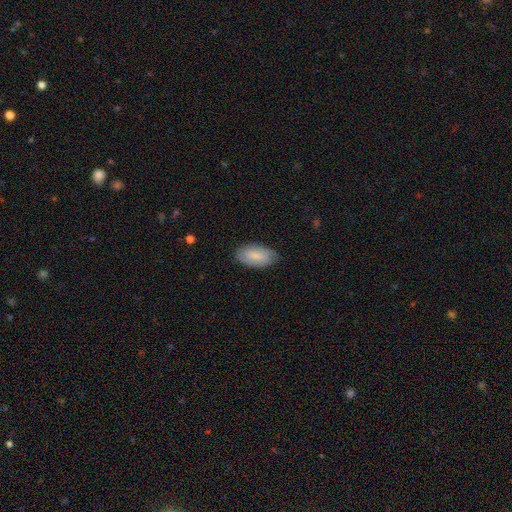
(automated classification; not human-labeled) Morphology: type=smooth (82%); roundness=in between (93%); merging=none (82%).